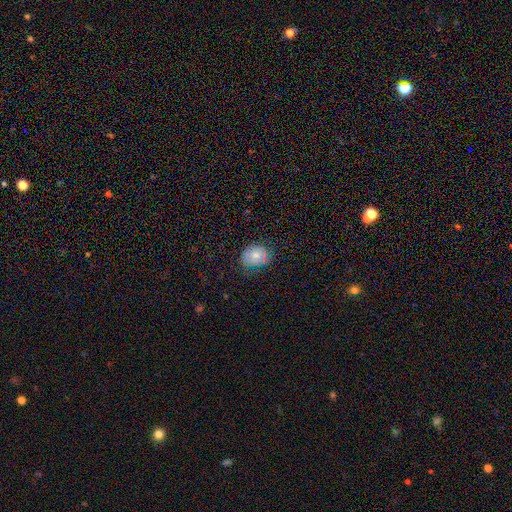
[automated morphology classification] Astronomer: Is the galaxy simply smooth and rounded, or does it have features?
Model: smooth — 70%.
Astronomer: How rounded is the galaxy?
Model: in between — 51% (runner-up: round, 48%).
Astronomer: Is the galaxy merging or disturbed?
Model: none — 70%.